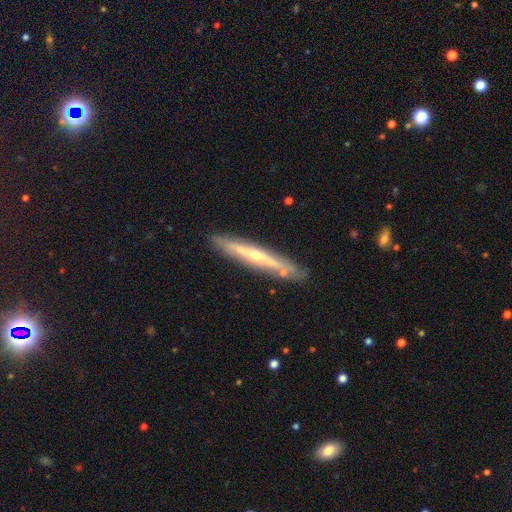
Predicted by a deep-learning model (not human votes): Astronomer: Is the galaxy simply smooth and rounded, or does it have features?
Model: featured or disk — 69%.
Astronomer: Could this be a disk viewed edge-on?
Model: yes — 88%.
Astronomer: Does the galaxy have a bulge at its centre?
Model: rounded — 72%.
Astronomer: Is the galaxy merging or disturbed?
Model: none — 84%.